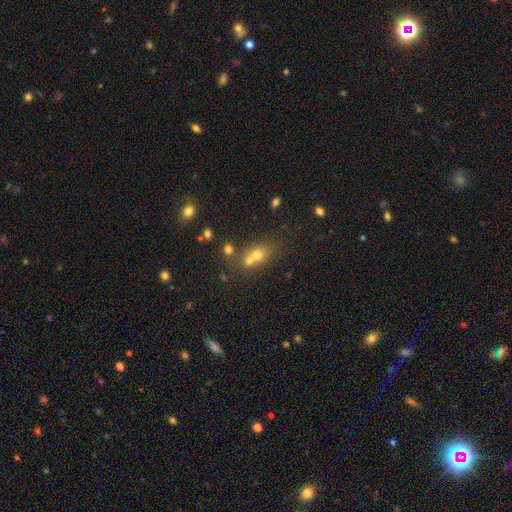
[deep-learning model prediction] The model was most divided on "merging": merger: 48%, none: 39%, minor disturbance: 9%, major disturbance: 4%. More confident: smooth or featured — smooth (61%); how rounded — round (56%).